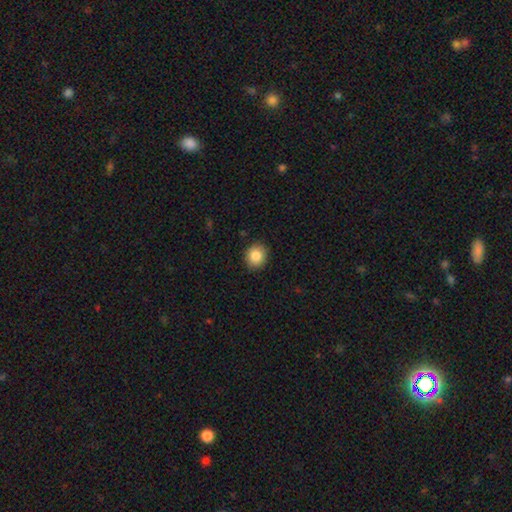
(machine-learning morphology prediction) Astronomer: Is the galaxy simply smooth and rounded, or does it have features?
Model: smooth — 84%.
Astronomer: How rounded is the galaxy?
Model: round — 76%.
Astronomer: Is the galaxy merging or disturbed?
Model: none — 90%.